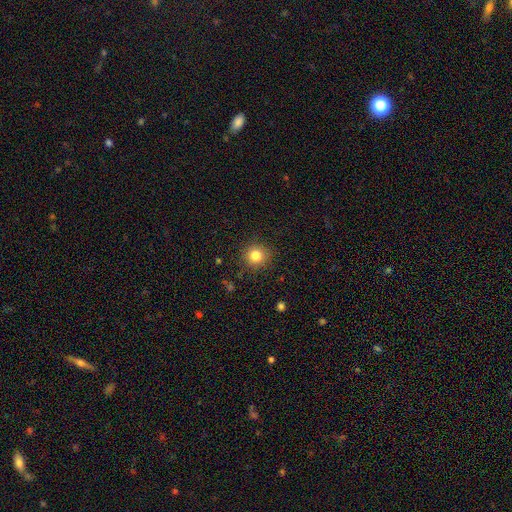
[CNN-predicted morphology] smooth-or-featured: smooth: 82% | star or artifact: 12% | featured or disk: 6%
  how-rounded: round: 92% | in between: 7% | cigar-shaped: 1%
  merging: none: 89% | minor disturbance: 7% | major disturbance: 2% | merger: 1%